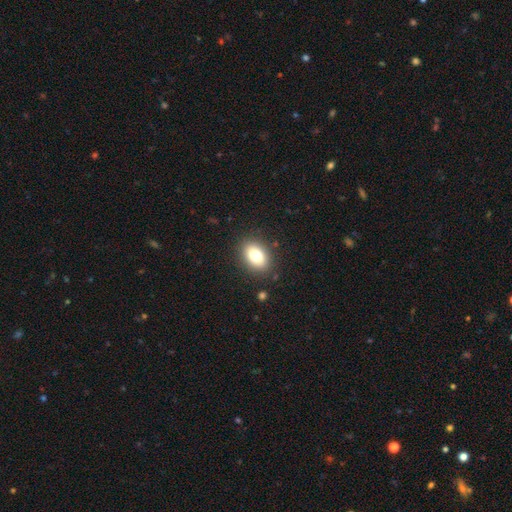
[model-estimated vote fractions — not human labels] A smooth galaxy with no disk features (79%) that is in between round and cigar-shaped (79%).

Vote fractions:
- Smooth or featured? smooth: 79% / featured or disk: 12% / star or artifact: 10%
- How rounded? in between: 79% / round: 20% / cigar-shaped: 1%
- Merging? none: 87% / minor disturbance: 9% / major disturbance: 3% / merger: 1%